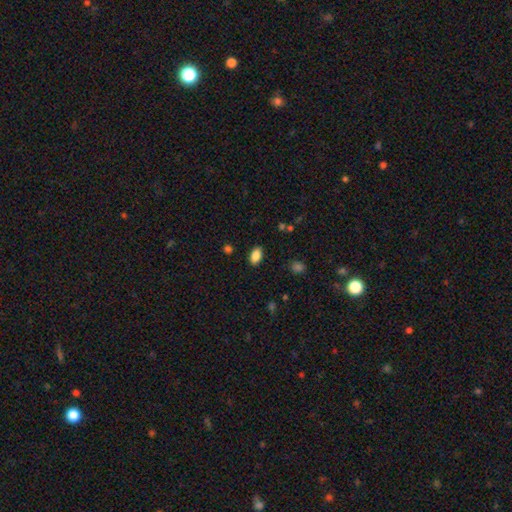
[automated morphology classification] Smooth or featured? smooth (87%)
How rounded? in between (91%)
Merging? none (87%)